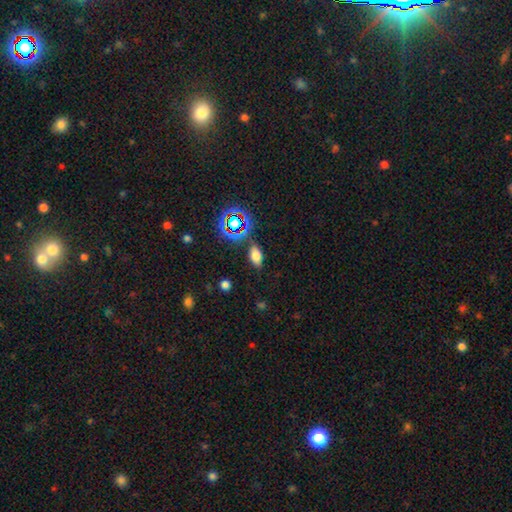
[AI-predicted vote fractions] Smooth or featured? Predicted: smooth (p=0.69). How rounded? Predicted: in between (p=0.86). Merging? Predicted: none (p=0.80).